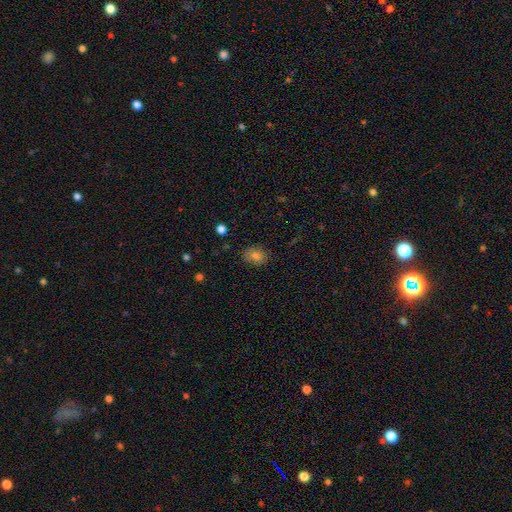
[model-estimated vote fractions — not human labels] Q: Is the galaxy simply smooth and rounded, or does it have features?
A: smooth — 79%.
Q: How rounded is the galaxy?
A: in between — 53%.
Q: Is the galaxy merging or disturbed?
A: none — 84%.